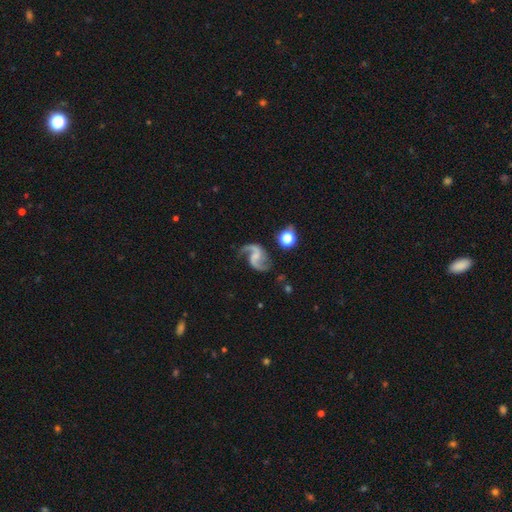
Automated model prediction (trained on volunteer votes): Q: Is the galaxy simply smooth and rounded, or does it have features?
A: featured or disk — 91%.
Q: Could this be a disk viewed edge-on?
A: no — 98%.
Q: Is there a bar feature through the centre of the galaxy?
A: weak — 44%.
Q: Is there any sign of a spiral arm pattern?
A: yes — 98%.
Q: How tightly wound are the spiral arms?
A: loose — 63%.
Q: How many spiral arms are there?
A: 2 — 94%.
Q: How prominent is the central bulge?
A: none — 48%.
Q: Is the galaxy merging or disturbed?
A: none — 75%.